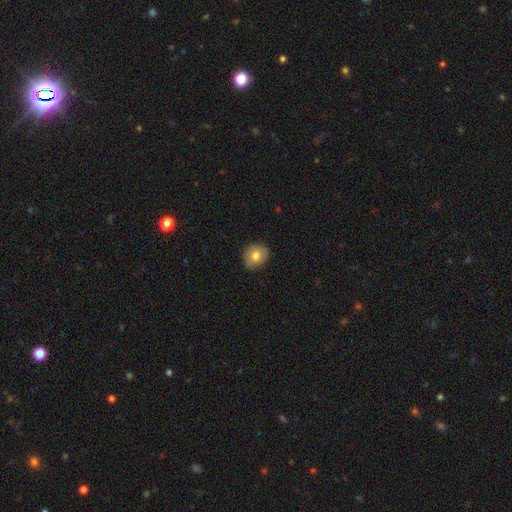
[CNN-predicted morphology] Smooth or featured? Predicted: smooth (p=0.72). How rounded? Predicted: round (p=0.70). Merging? Predicted: none (p=0.81).